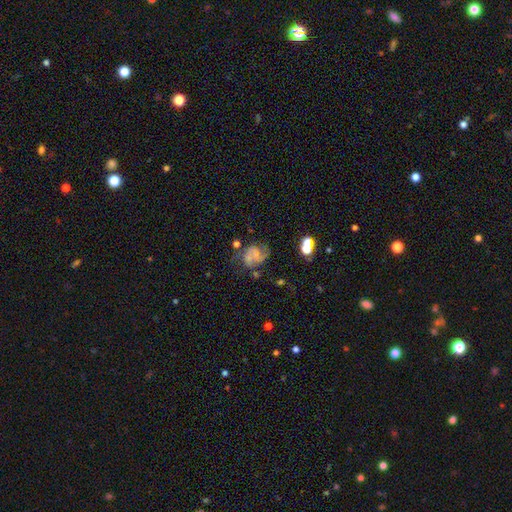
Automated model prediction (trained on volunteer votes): Smooth or featured? featured or disk (53%)
Edge-on disk? no (98%)
Bar? no (70%)
Spiral arms? yes (73%)
Bulge size? none (47%)
Merging? none (43%)